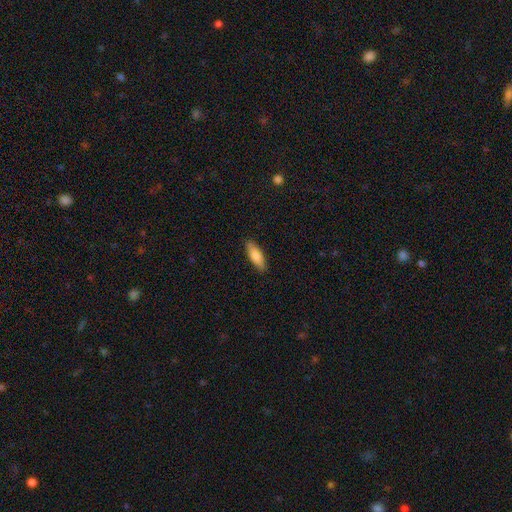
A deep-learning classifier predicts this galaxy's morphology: Q: Smooth or featured?
A: smooth (84%); runner-up: featured or disk (11%)
Q: How rounded?
A: in between (57%); runner-up: cigar-shaped (42%)
Q: Merging?
A: none (88%); runner-up: minor disturbance (9%)